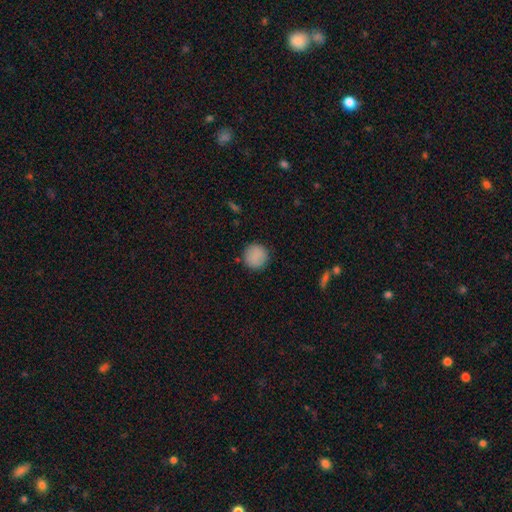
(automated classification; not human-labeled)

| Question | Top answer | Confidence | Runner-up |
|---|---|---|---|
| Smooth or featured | smooth | 88% | star or artifact (8%) |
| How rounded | round | 94% | in between (5%) |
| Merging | none | 88% | minor disturbance (8%) |